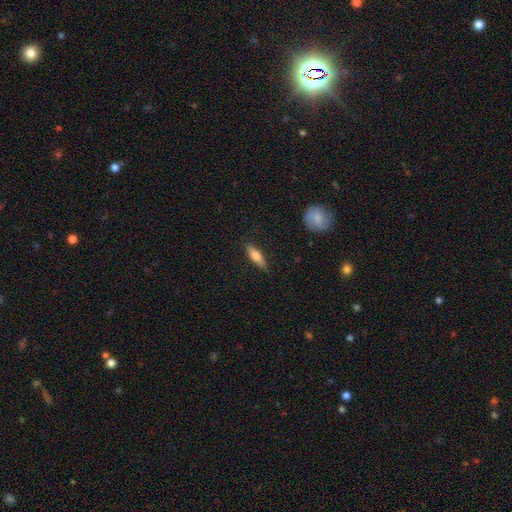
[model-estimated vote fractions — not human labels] This is likely a smooth galaxy (67%). How rounded: possibly cigar-shaped (59%). Merging: clearly none (83%).